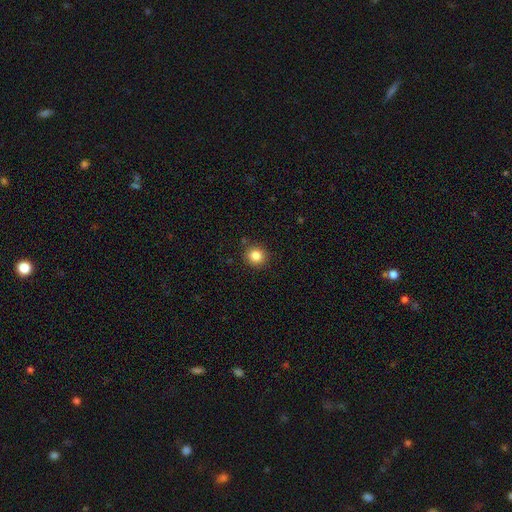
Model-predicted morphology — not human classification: A smooth galaxy with no disk features (84%) that is round (90%).

Vote fractions:
- Smooth or featured? smooth: 84% / star or artifact: 11% / featured or disk: 5%
- How rounded? round: 90% / in between: 9% / cigar-shaped: 1%
- Merging? none: 89% / minor disturbance: 7% / major disturbance: 2% / merger: 2%